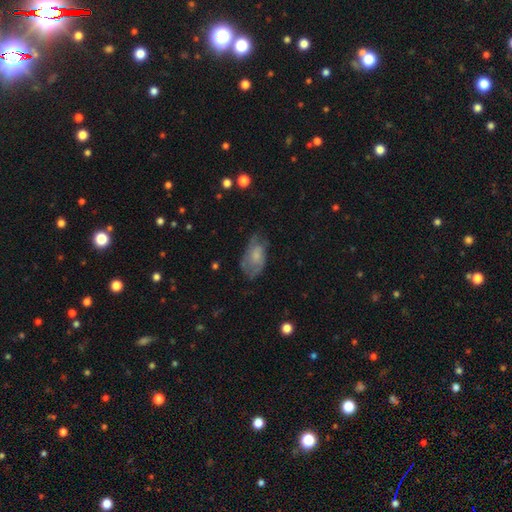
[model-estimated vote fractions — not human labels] A smooth galaxy with no disk features (51%) that is in between round and cigar-shaped (91%).

Vote fractions:
- Smooth or featured? smooth: 51% / featured or disk: 40% / star or artifact: 8%
- How rounded? in between: 91% / round: 6% / cigar-shaped: 3%
- Merging? none: 50% / minor disturbance: 31% / major disturbance: 17% / merger: 2%